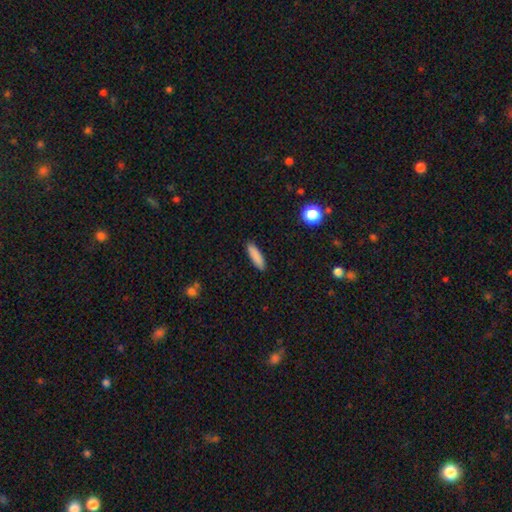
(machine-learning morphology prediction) type=smooth (87%); roundness=cigar-shaped (67%); merging=none (90%).